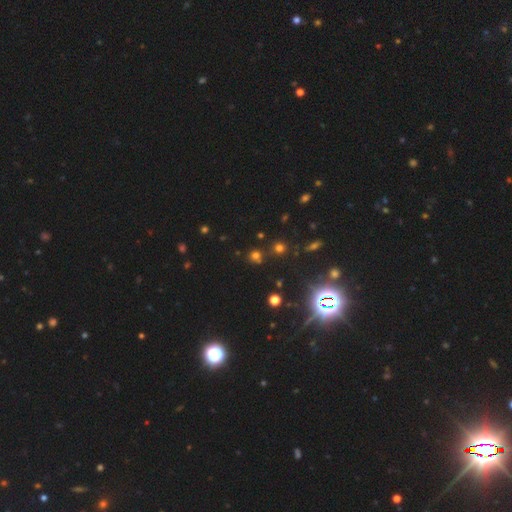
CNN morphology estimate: A smooth galaxy with no disk features (52%) that is round (88%). Merging: none (73%).